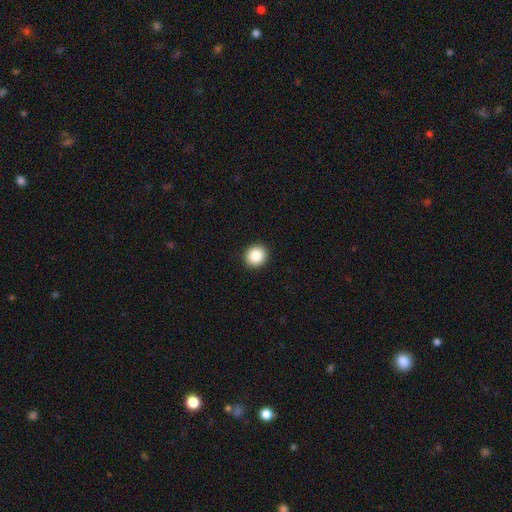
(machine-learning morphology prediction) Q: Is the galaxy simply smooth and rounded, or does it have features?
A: smooth — 86%.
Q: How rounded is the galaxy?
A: round — 91%.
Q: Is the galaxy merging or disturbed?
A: none — 93%.